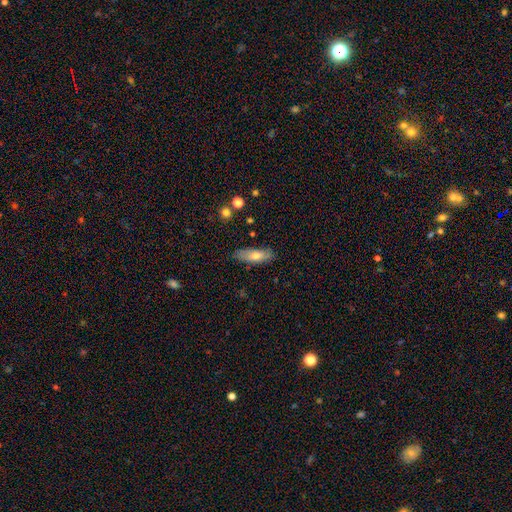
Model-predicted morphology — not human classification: smooth-or-featured: smooth: 67% | featured or disk: 26% | star or artifact: 7%
  how-rounded: in between: 66% | cigar-shaped: 32% | round: 3%
  merging: none: 80% | minor disturbance: 15% | major disturbance: 3% | merger: 2%